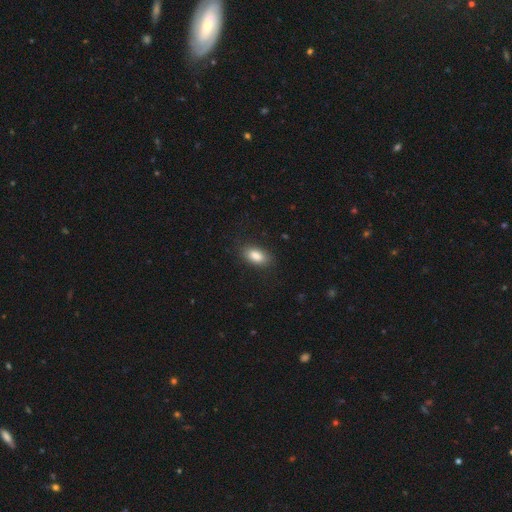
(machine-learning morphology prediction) This appears to be a smooth galaxy with no disk features (86%) that is in between round and cigar-shaped (90%). Merging: none (84%).